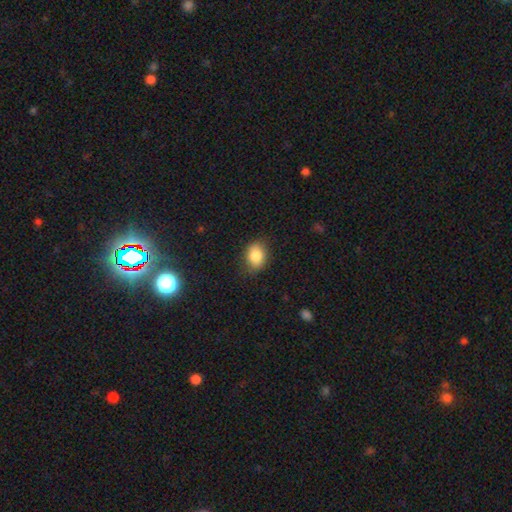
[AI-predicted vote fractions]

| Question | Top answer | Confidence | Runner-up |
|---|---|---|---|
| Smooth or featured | smooth | 84% | star or artifact (9%) |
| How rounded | in between | 64% | round (34%) |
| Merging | none | 82% | minor disturbance (14%) |